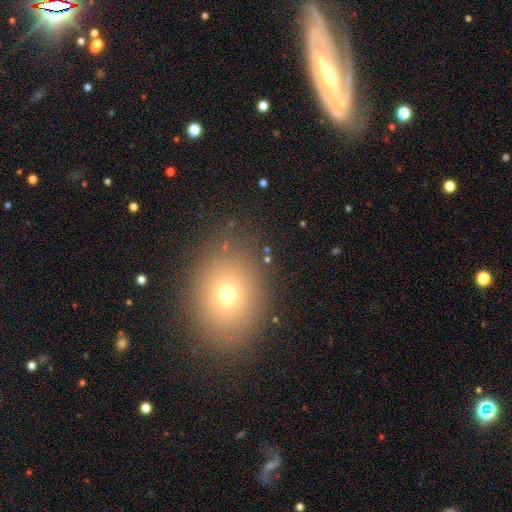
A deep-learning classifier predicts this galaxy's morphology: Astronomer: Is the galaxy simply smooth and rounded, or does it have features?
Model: smooth — 61%.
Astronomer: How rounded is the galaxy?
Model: in between — 49%, tied with round at 49%.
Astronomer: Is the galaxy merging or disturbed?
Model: none — 85%.